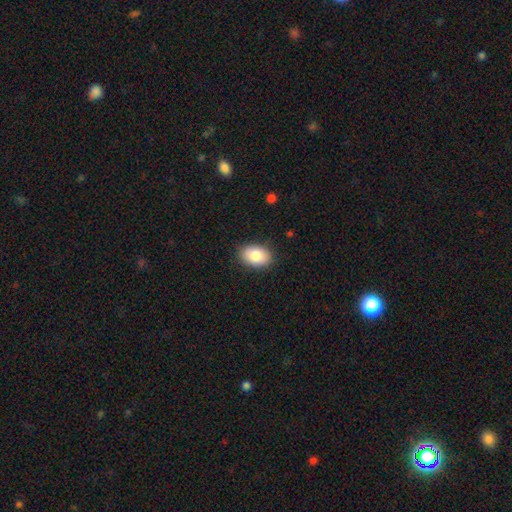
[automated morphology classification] Overall: smooth (85%). How rounded: in between (87%). Merging: none (88%).